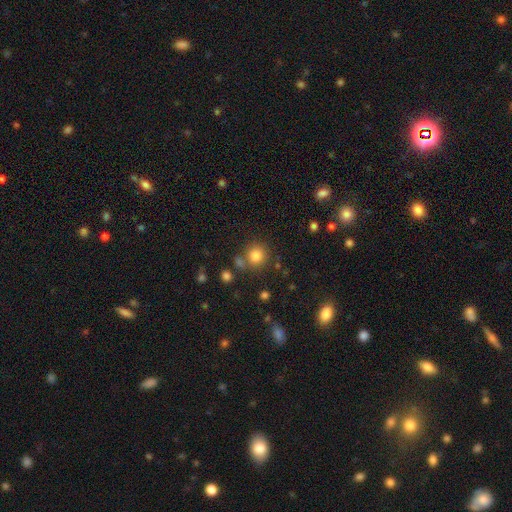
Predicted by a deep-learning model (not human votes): A smooth galaxy with no disk features (81%) that is round (91%).

Vote fractions:
- Smooth or featured? smooth: 81% / star or artifact: 13% / featured or disk: 6%
- How rounded? round: 91% / in between: 8% / cigar-shaped: 1%
- Merging? none: 75% / merger: 11% / minor disturbance: 9% / major disturbance: 4%